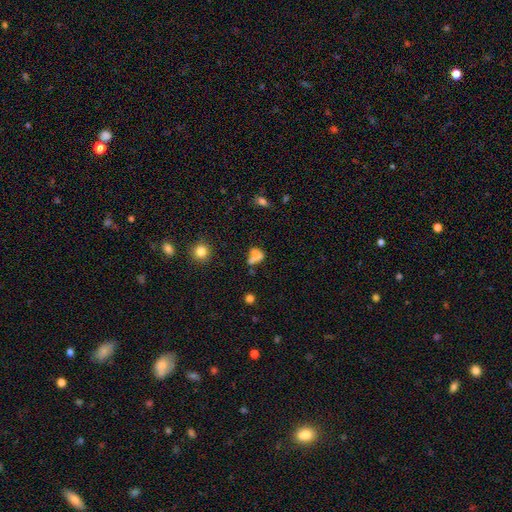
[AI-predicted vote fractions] smooth 68%, featured or disk 16%, star or artifact 16%. Down the decision tree: how rounded — in between (68%); merging — none (35%).